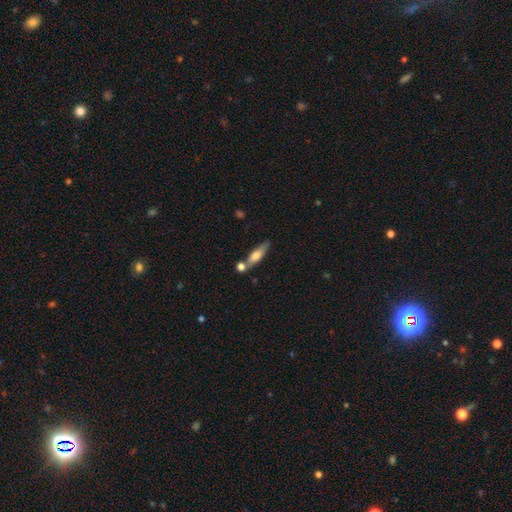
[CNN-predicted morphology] Smooth or featured? Predicted: smooth (p=0.59). How rounded? Predicted: cigar-shaped (p=0.65). Merging? Predicted: none (p=0.58).